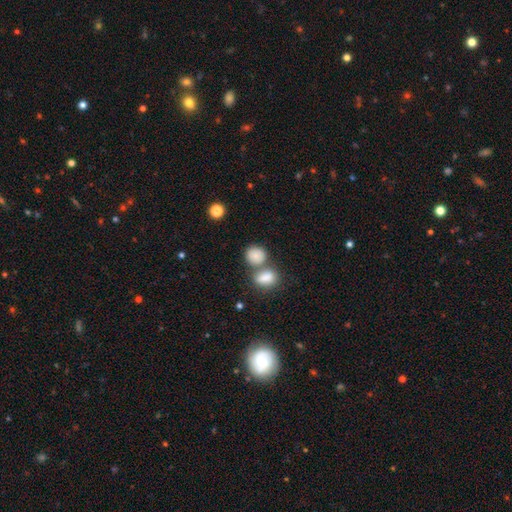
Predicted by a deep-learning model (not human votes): smooth 83%, star or artifact 9%, featured or disk 8%. Down the decision tree: how rounded — round (66%); merging — none (47%).